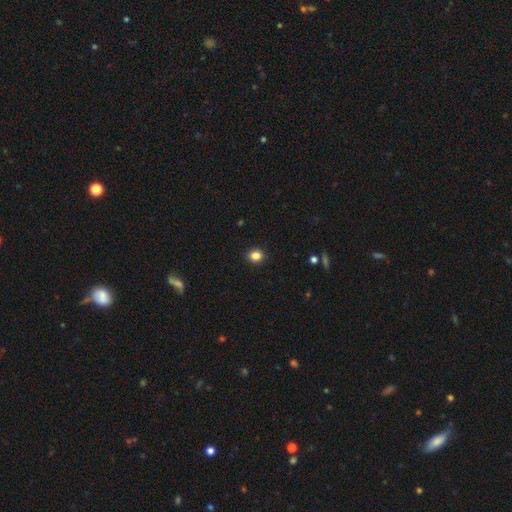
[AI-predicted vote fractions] Morphology: type=smooth (85%); roundness=round (64%); merging=none (91%).